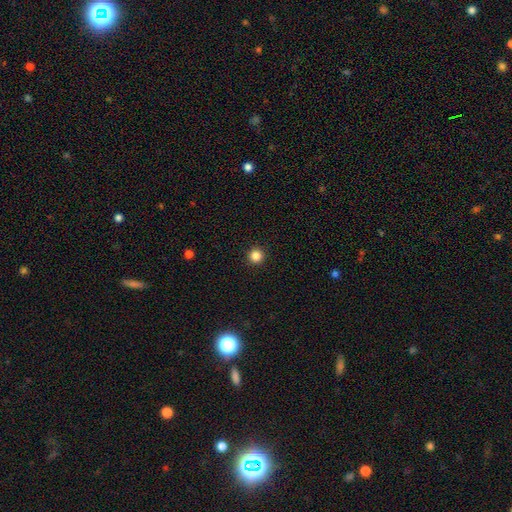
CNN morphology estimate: This appears to be a smooth galaxy with no disk features (85%) that is round (96%). Merging: none (93%).